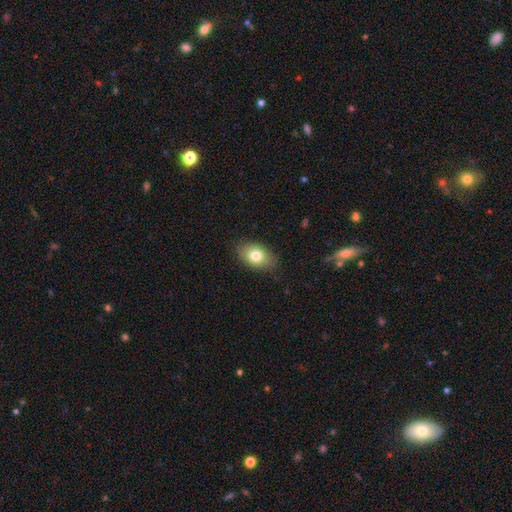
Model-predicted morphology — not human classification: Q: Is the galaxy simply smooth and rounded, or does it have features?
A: smooth — 78%.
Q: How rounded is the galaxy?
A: in between — 86%.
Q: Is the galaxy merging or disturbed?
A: none — 84%.